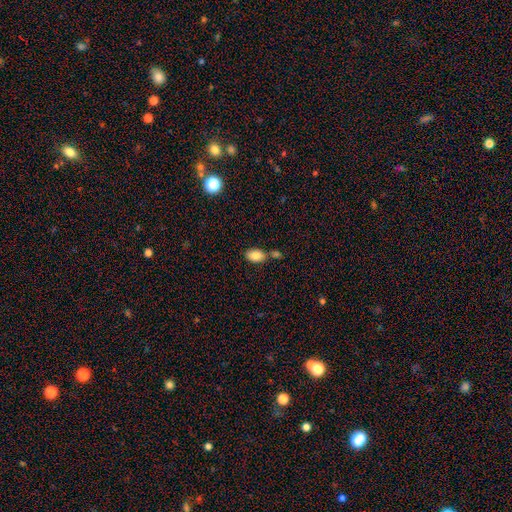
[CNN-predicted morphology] A smooth galaxy with no disk features (85%) that is in between round and cigar-shaped (89%).

Vote fractions:
- Smooth or featured? smooth: 85% / star or artifact: 8% / featured or disk: 7%
- How rounded? in between: 89% / round: 9% / cigar-shaped: 2%
- Merging? none: 55% / merger: 27% / minor disturbance: 14% / major disturbance: 4%